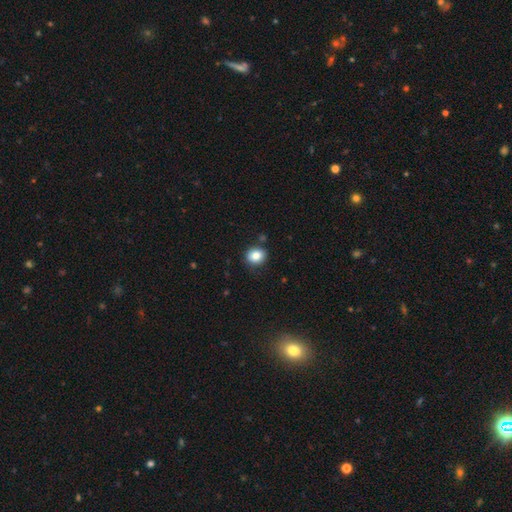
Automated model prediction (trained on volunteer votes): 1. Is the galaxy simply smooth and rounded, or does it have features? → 85% smooth, 9% star or artifact, 5% featured or disk.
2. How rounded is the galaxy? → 72% round, 27% in between, 1% cigar-shaped.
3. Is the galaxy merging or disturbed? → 85% none, 9% minor disturbance, 3% merger, 2% major disturbance.